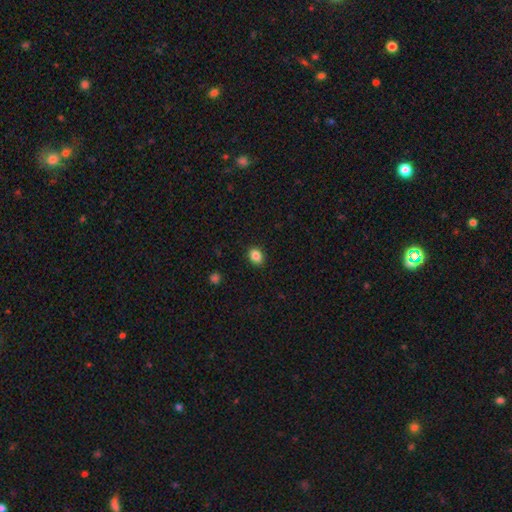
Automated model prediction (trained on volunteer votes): smooth-or-featured: smooth: 86% | star or artifact: 9% | featured or disk: 4%
  how-rounded: in between: 58% | round: 41% | cigar-shaped: 1%
  merging: none: 90% | minor disturbance: 7% | major disturbance: 2% | merger: 1%